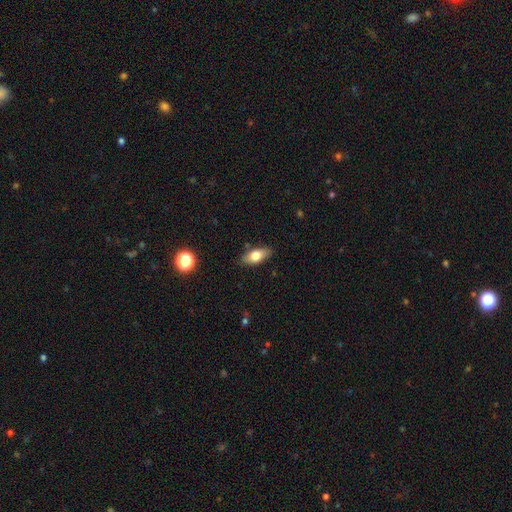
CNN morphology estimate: A smooth galaxy with no disk features (73%) that is in between round and cigar-shaped (83%). Merging: none (84%).